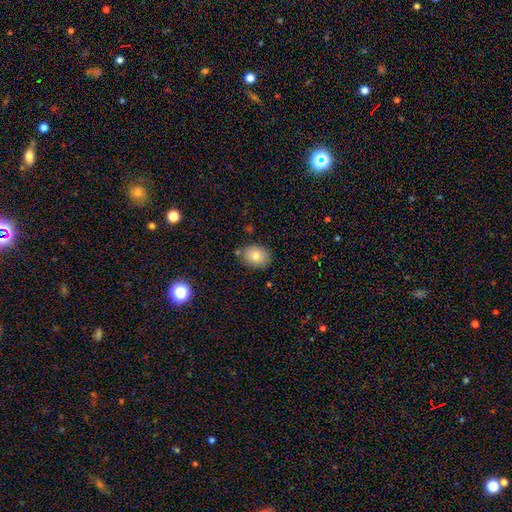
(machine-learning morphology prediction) Q: Smooth or featured?
A: smooth (79%); runner-up: featured or disk (12%)
Q: How rounded?
A: in between (54%); runner-up: round (45%)
Q: Merging?
A: none (79%); runner-up: minor disturbance (14%)